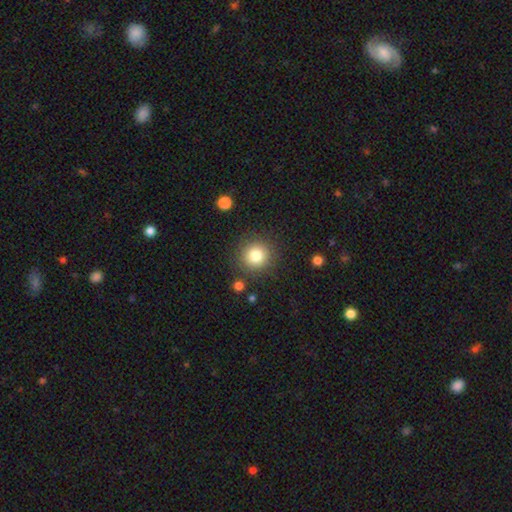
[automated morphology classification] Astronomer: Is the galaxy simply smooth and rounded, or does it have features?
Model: smooth — 82%.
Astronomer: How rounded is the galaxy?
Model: round — 93%.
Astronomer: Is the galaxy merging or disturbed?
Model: none — 87%.